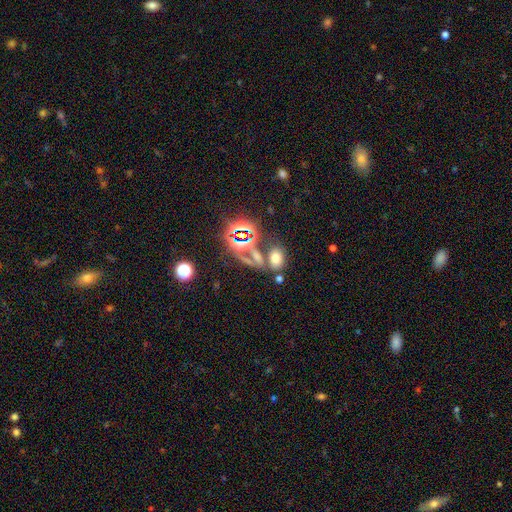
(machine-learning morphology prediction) Smooth or featured? star or artifact (45%)